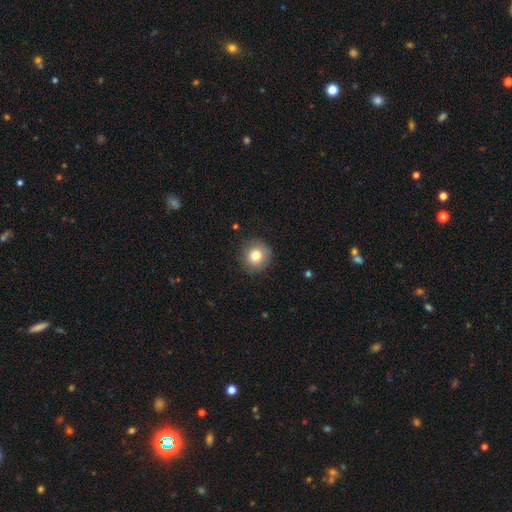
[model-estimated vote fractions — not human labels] smooth 81%, featured or disk 10%, star or artifact 9%. Down the decision tree: how rounded — round (91%); merging — none (85%).